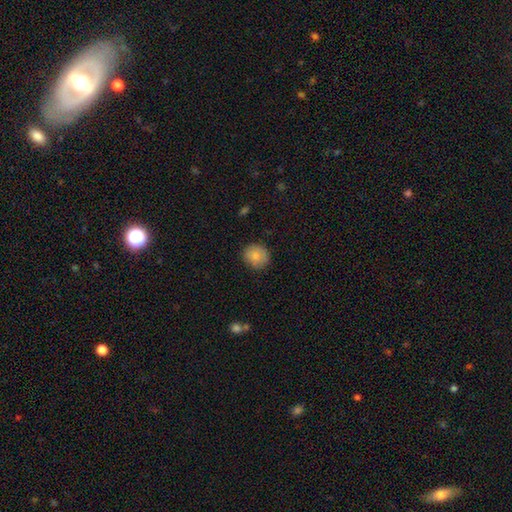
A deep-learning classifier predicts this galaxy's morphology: A smooth galaxy with no disk features (84%) that is round (81%).

Vote fractions:
- Smooth or featured? smooth: 84% / featured or disk: 8% / star or artifact: 8%
- How rounded? round: 81% / in between: 18% / cigar-shaped: 1%
- Merging? none: 82% / minor disturbance: 14% / major disturbance: 3% / merger: 1%